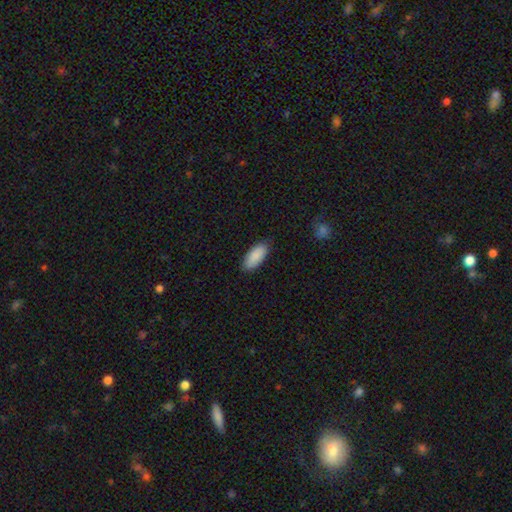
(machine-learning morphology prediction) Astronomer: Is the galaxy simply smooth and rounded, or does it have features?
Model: smooth — 89%.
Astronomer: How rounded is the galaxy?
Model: in between — 87%.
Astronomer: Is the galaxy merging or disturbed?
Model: none — 84%.